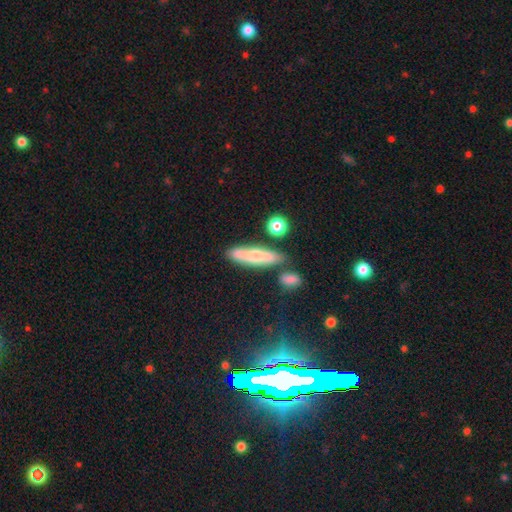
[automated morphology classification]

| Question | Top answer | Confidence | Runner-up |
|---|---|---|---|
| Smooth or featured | smooth | 60% | featured or disk (32%) |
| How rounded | cigar-shaped | 71% | in between (26%) |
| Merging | none | 71% | minor disturbance (15%) |